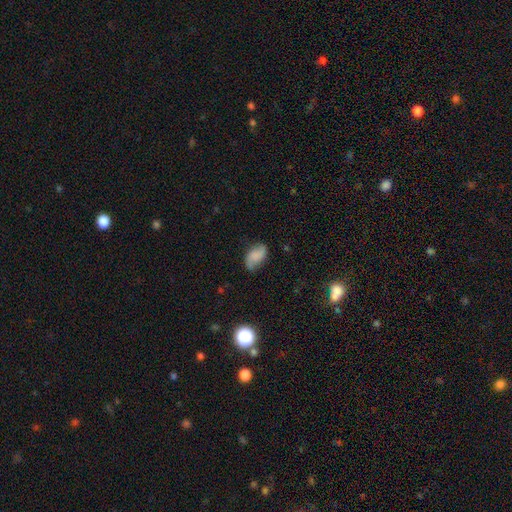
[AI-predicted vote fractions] Smooth or featured? smooth (55%)
How rounded? in between (91%)
Merging? none (68%)